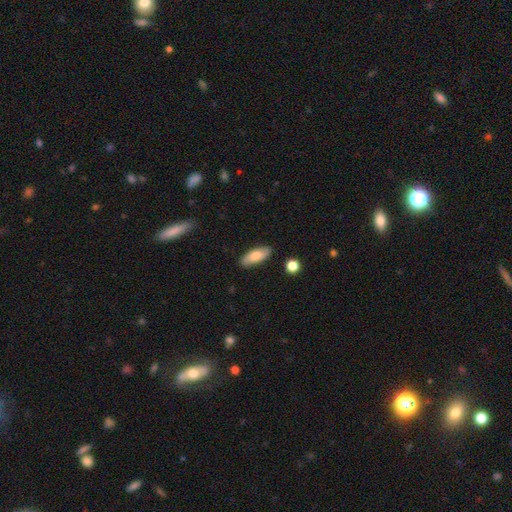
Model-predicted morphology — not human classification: Overall: smooth (79%). How rounded: in between (72%). Merging: none (85%).